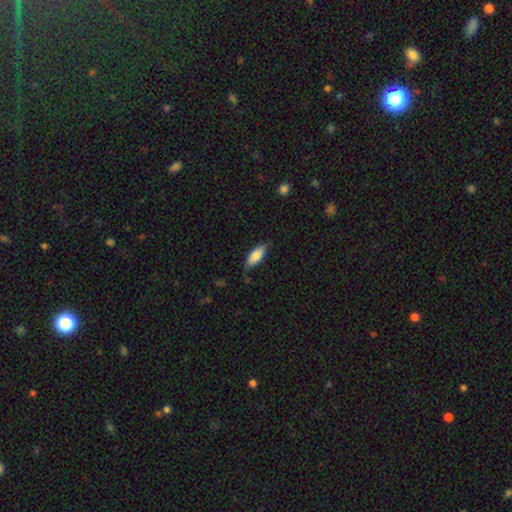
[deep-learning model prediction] Smooth or featured? Predicted: smooth (p=0.79). How rounded? Predicted: in between (p=0.70). Merging? Predicted: none (p=0.73).